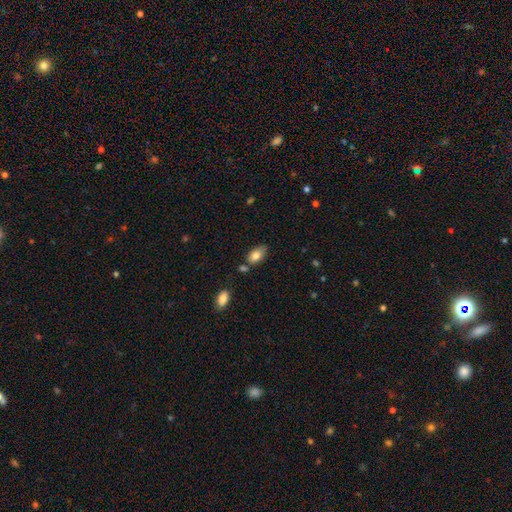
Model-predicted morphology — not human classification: A smooth galaxy with no disk features (80%) that is in between round and cigar-shaped (92%). Merging: none (65%).